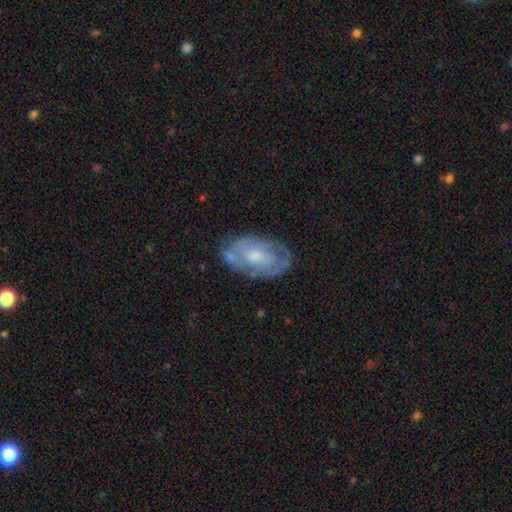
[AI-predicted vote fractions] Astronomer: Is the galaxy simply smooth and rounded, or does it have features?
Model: featured or disk — 65%.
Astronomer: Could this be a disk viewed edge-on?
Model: no — 95%.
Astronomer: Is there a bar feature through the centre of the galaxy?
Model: no — 71%.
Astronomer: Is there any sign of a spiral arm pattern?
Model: yes — 59% (runner-up: no, 41%).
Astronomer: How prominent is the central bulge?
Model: moderate — 49% (runner-up: small, 37%).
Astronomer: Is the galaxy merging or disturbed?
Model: none — 65%.